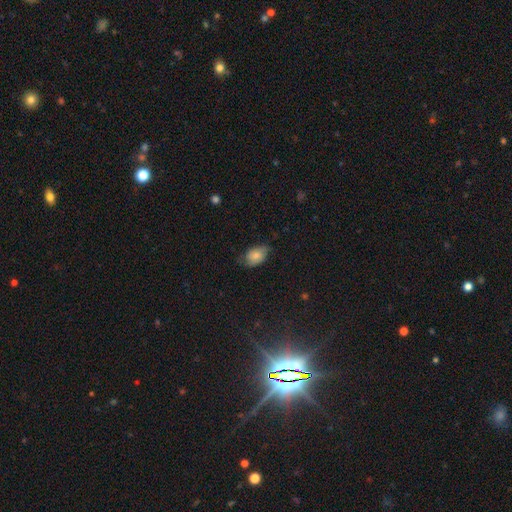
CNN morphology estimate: The model was most divided on "merging": none: 57%, minor disturbance: 33%, major disturbance: 8%, merger: 1%. More confident: how rounded — in between (86%); smooth or featured — smooth (75%).